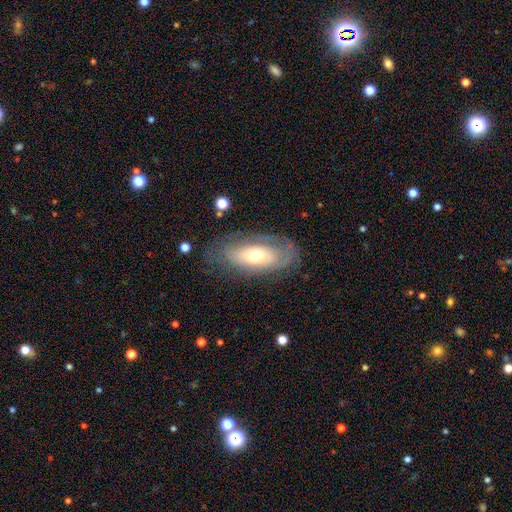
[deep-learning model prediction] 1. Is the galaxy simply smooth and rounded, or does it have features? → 51% featured or disk, 42% smooth, 7% star or artifact.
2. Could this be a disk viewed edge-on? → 83% no, 17% yes.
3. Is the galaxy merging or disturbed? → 69% none, 19% minor disturbance, 10% major disturbance, 2% merger.